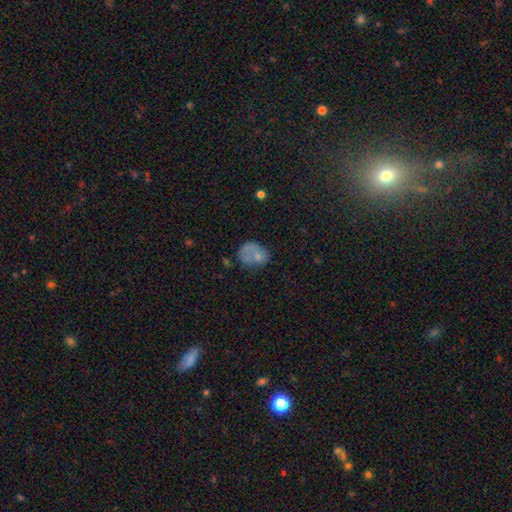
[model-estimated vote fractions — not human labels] Smooth or featured: smooth — 67% (featured or disk — 22%)
How rounded: in between — 52% (round — 47%)
Merging: none — 40% (minor disturbance — 26%)